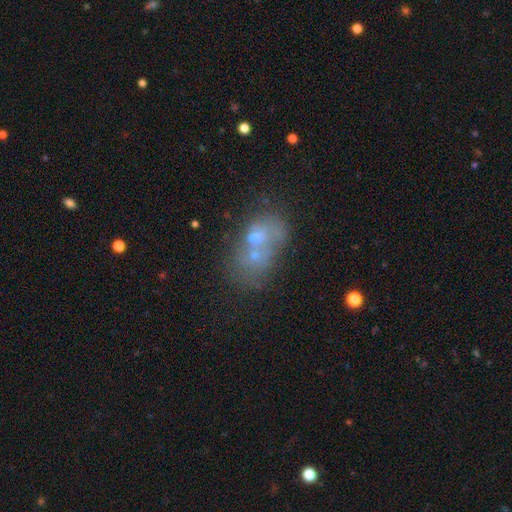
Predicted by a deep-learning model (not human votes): Smooth or featured: smooth — 46% (featured or disk — 37%)
Merging: merger — 64% (none — 18%)